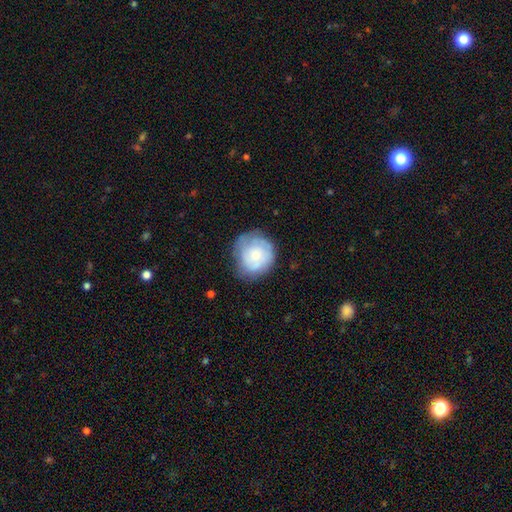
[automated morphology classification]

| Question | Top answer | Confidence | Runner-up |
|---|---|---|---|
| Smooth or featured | smooth | 54% | featured or disk (39%) |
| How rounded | round | 84% | in between (15%) |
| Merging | none | 61% | minor disturbance (27%) |